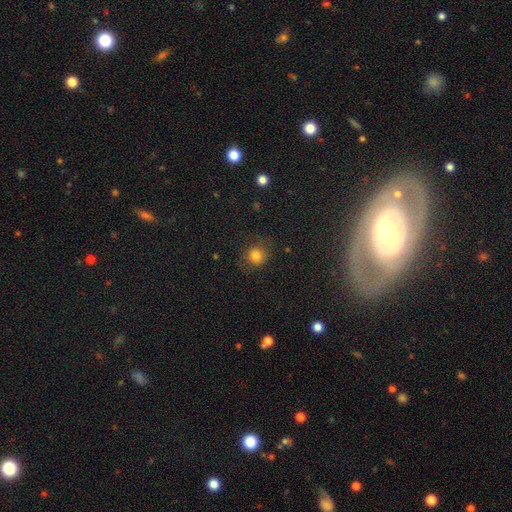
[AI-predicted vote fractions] The model was most divided on "how rounded": round: 77%, in between: 22%, cigar-shaped: 1%. More confident: smooth or featured — smooth (78%); merging — none (76%).